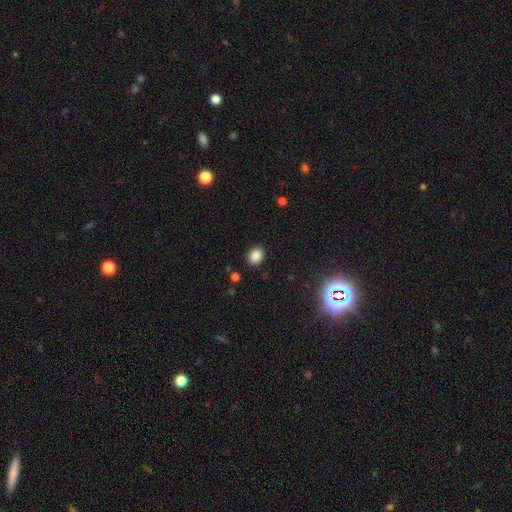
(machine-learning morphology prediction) This is clearly a smooth galaxy (86%). How rounded: possibly in between (50%). Merging: clearly none (89%).